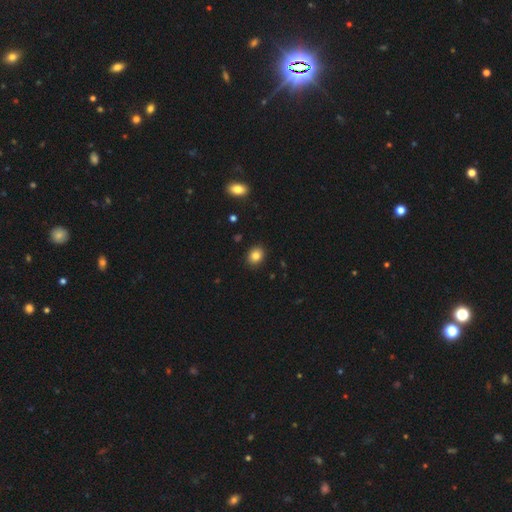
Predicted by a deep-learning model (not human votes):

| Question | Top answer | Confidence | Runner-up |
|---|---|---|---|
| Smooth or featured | smooth | 84% | star or artifact (10%) |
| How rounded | round | 55% | in between (44%) |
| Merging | none | 90% | minor disturbance (7%) |